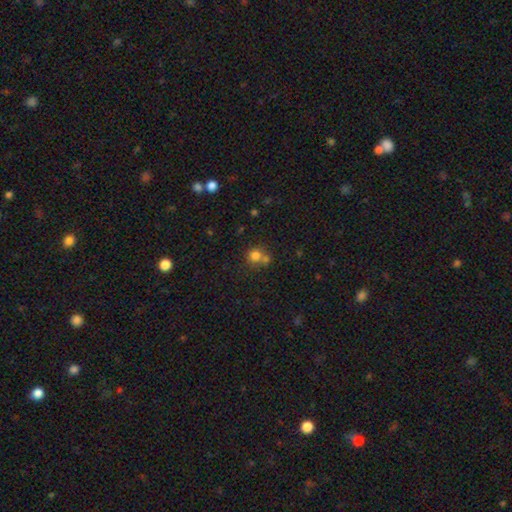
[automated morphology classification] A smooth galaxy with no disk features (76%) that is round (86%). Merging: none (49%).